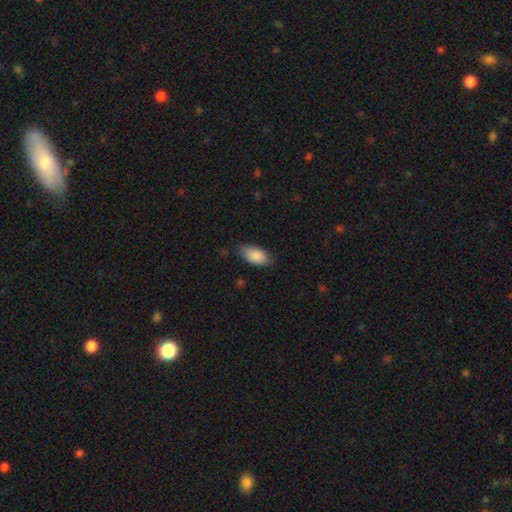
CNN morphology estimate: Q: Smooth or featured?
A: smooth (88%); runner-up: star or artifact (6%)
Q: How rounded?
A: in between (93%); runner-up: cigar-shaped (4%)
Q: Merging?
A: none (75%); runner-up: minor disturbance (20%)